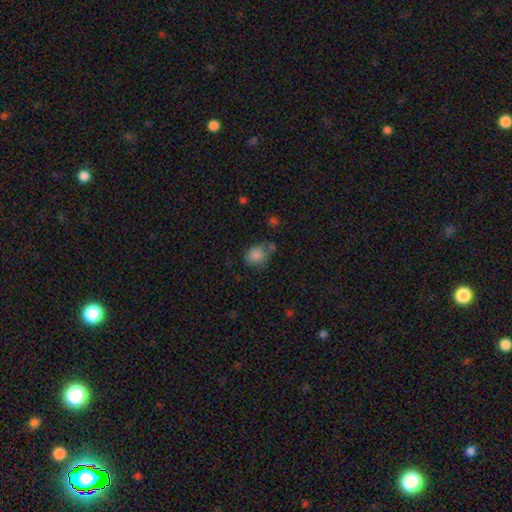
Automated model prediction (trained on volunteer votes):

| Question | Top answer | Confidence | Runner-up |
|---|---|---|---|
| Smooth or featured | smooth | 83% | star or artifact (9%) |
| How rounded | round | 61% | in between (38%) |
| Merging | none | 51% | minor disturbance (26%) |